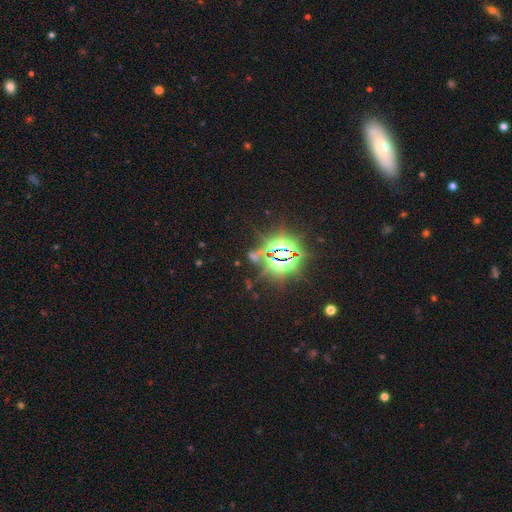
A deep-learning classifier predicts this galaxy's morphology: smooth_or_featured: star or artifact (p=0.78) [alt: smooth p=0.13]